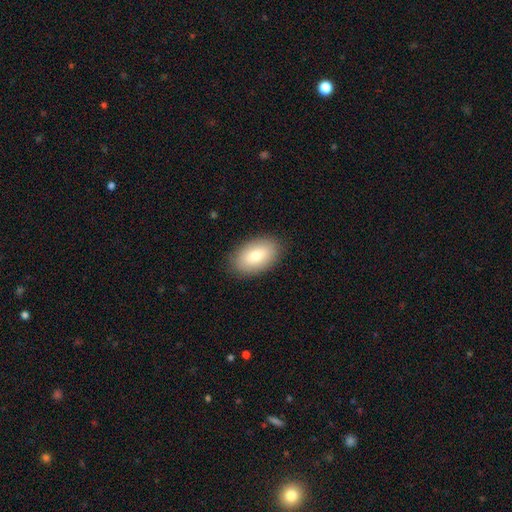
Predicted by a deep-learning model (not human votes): A smooth galaxy with no disk features (80%) that is in between round and cigar-shaped (93%). Merging: none (87%).